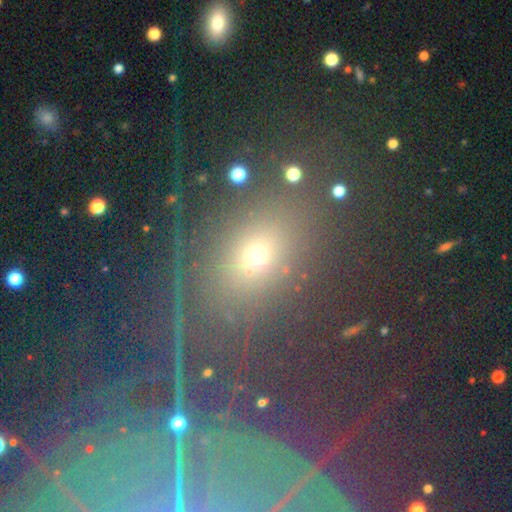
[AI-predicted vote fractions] A smooth galaxy with no disk features (47%). Merging: none (82%).